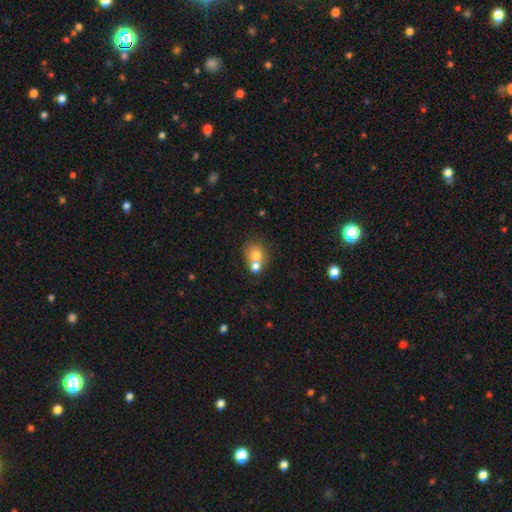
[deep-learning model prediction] Smooth or featured?
  - smooth: 71% *
  - featured or disk: 18%
  - star or artifact: 10%
How rounded?
  - round: 72% *
  - in between: 27%
  - cigar-shaped: 1%
Merging?
  - merger: 57% *
  - none: 33%
  - minor disturbance: 7%
  - major disturbance: 3%